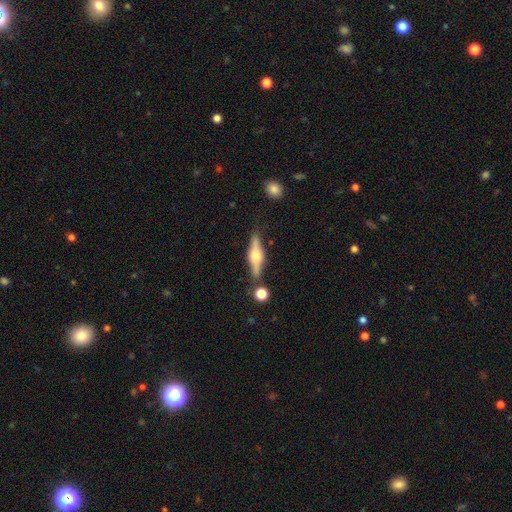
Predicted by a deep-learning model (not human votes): The model was most divided on "smooth or featured": featured or disk: 66%, smooth: 27%, star or artifact: 6%. More confident: edge-on disk — yes (95%); edge-on bulge — rounded (91%); merging — none (76%).